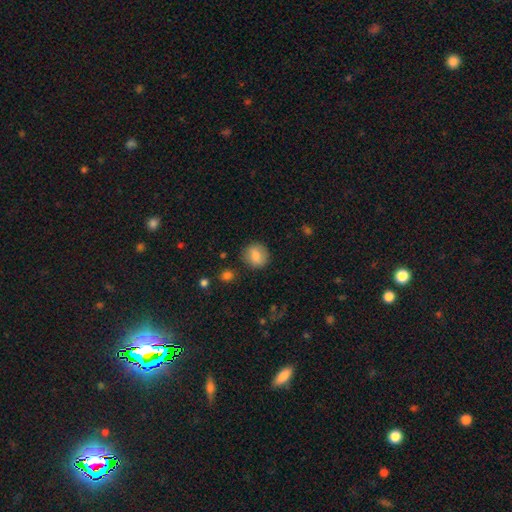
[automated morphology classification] A smooth galaxy with no disk features (80%) that is round (83%).

Vote fractions:
- Smooth or featured? smooth: 80% / featured or disk: 11% / star or artifact: 8%
- How rounded? round: 83% / in between: 16% / cigar-shaped: 1%
- Merging? none: 84% / minor disturbance: 11% / major disturbance: 3% / merger: 2%